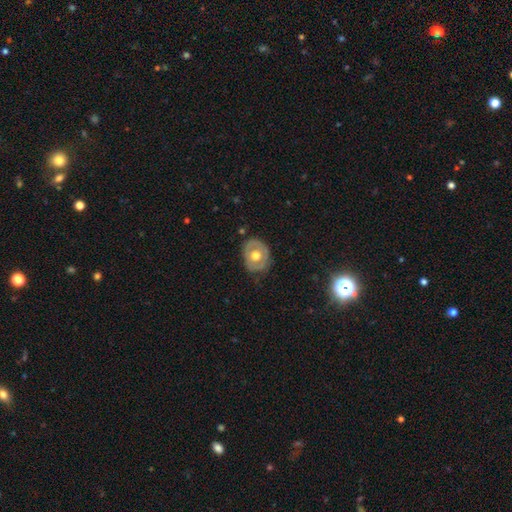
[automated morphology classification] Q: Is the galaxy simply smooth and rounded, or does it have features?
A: featured or disk — 51%.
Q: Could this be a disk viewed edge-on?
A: no — 93%.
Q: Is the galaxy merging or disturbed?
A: none — 75%.